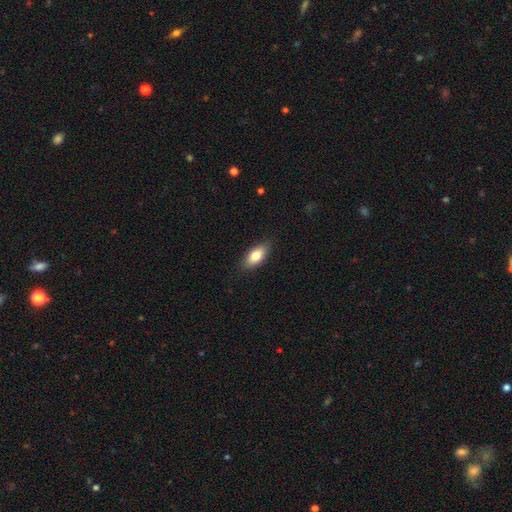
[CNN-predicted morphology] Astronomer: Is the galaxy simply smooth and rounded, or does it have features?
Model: smooth — 80%.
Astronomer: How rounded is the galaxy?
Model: in between — 85%.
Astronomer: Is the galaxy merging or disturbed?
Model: none — 86%.